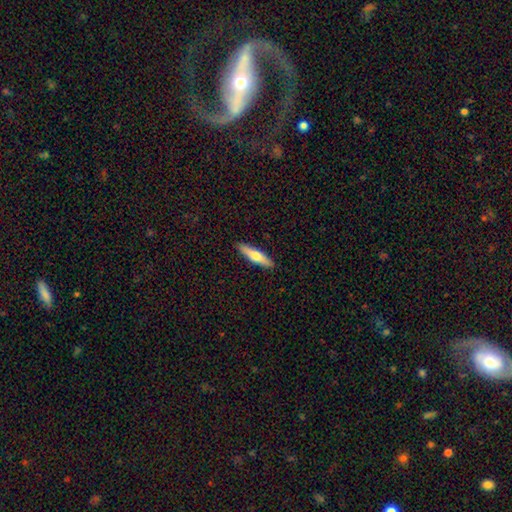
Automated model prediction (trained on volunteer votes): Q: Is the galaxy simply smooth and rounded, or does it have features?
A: smooth — 59%.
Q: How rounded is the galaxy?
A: cigar-shaped — 79%.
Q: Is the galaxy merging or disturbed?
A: none — 91%.